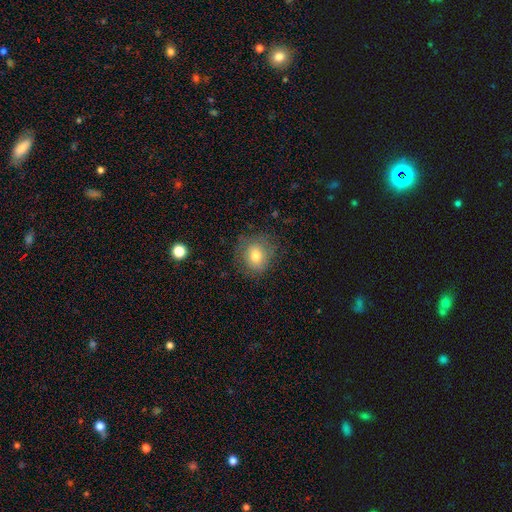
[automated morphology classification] type=smooth (75%); roundness=round (73%); merging=none (75%).